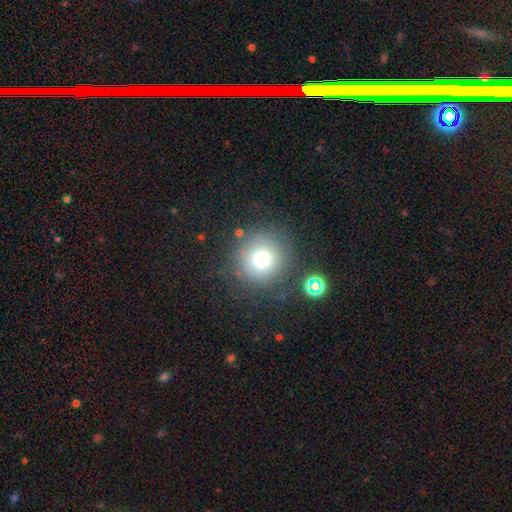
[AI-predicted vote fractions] Overall: smooth (73%). How rounded: round (94%). Merging: none (82%).